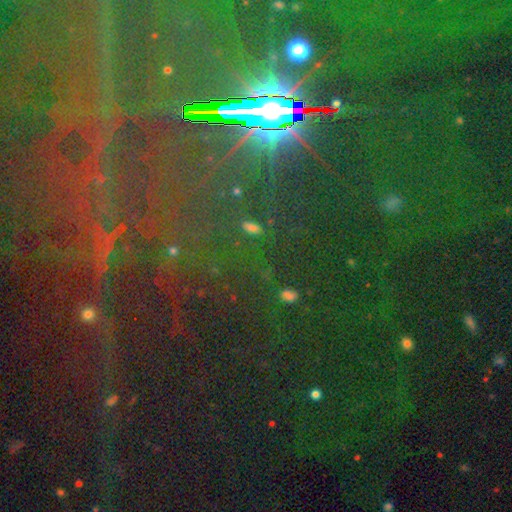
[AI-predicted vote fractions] This is clearly a star or artifact rather than a galaxy (84%).